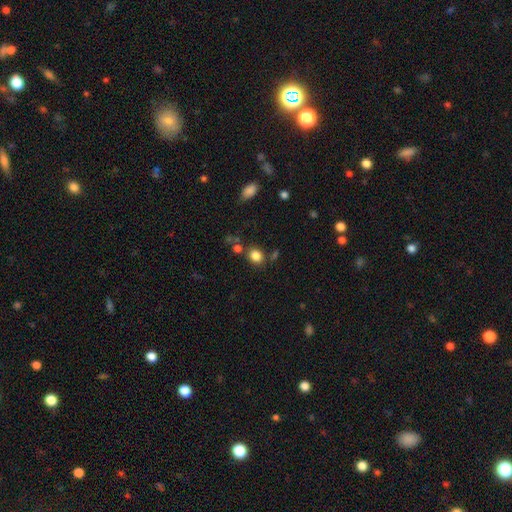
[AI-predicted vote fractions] Smooth or featured?
  - smooth: 83% *
  - star or artifact: 12%
  - featured or disk: 5%
How rounded?
  - round: 54% *
  - in between: 45%
  - cigar-shaped: 1%
Merging?
  - none: 75% *
  - minor disturbance: 12%
  - merger: 9%
  - major disturbance: 4%